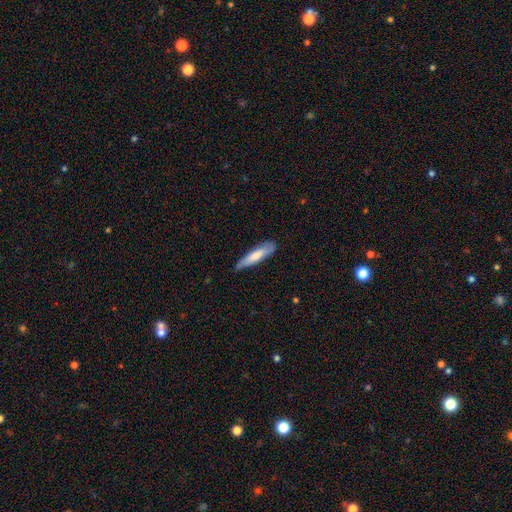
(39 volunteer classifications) smooth_or_featured: smooth (p=0.69) [alt: featured or disk p=0.21]
how_rounded: cigar-shaped (p=0.78) [alt: in between p=0.22]
merging: none (p=0.60) [alt: minor disturbance p=0.40]